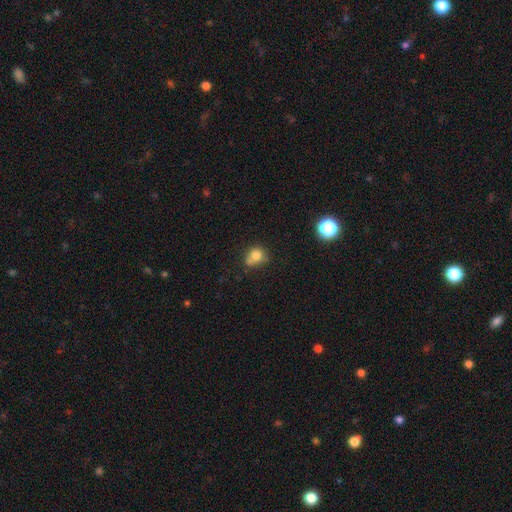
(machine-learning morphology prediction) This is likely a smooth galaxy (76%). How rounded: likely round (72%). Merging: possibly none (46%).